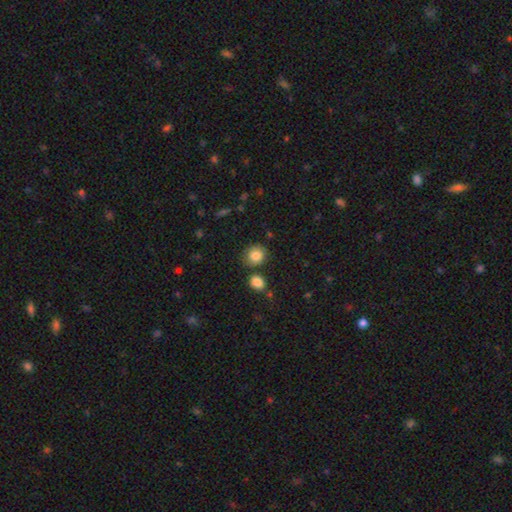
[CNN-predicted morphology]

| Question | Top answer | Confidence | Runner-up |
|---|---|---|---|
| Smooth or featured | smooth | 85% | star or artifact (9%) |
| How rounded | round | 75% | in between (24%) |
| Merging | none | 76% | minor disturbance (12%) |